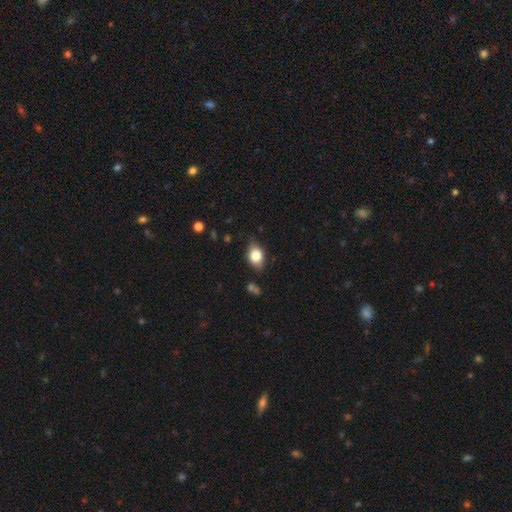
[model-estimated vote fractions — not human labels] smooth 77%, featured or disk 15%, star or artifact 8%. Down the decision tree: how rounded — in between (75%); merging — none (76%).